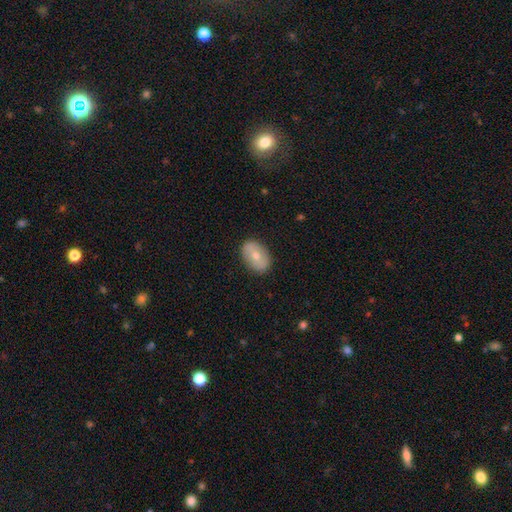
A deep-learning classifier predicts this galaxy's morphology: This appears to be a smooth galaxy with no disk features (60%) that is in between round and cigar-shaped (85%). Merging: none (86%).